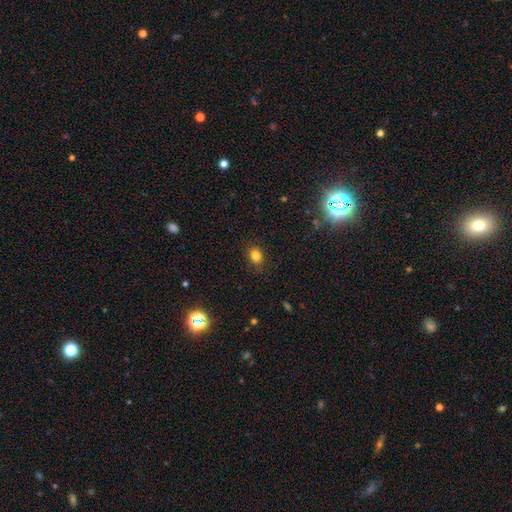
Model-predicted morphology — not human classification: type=smooth (81%); roundness=in between (52%); merging=none (86%).